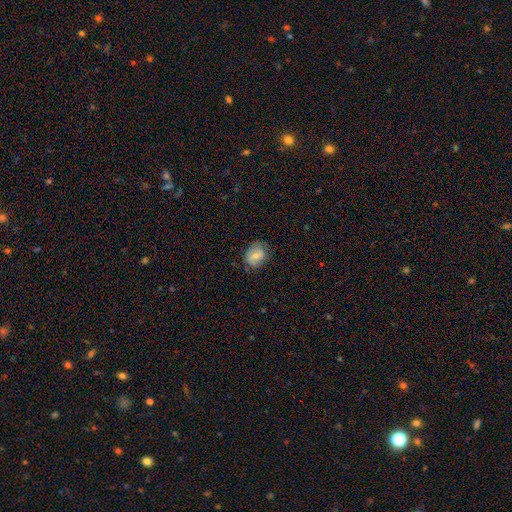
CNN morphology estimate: Overall: smooth (62%; featured or disk 30%). How rounded: in between (54%; round 45%). Merging: none (68%).